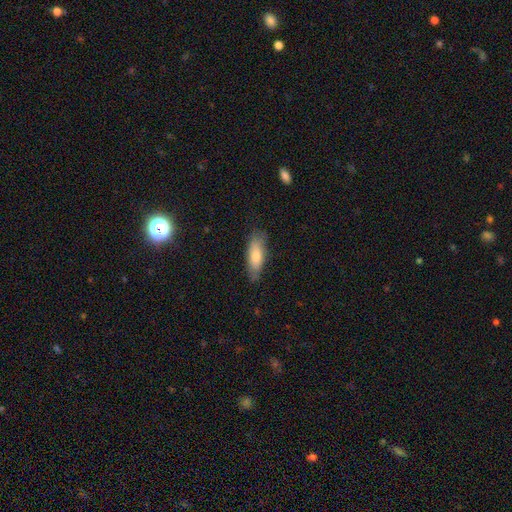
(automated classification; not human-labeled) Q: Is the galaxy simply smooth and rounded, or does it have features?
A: smooth — 73%.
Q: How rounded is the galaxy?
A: in between — 61%.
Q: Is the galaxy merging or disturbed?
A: none — 78%.